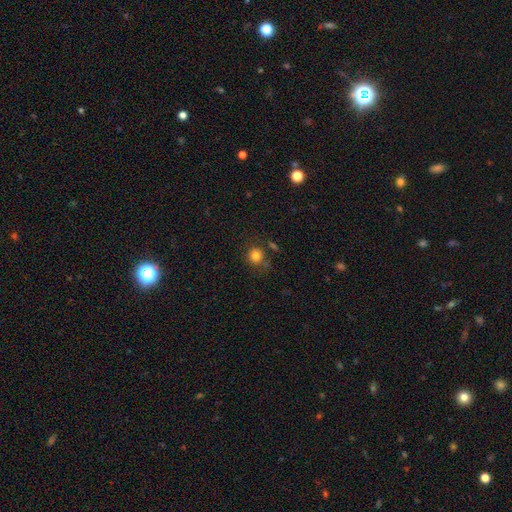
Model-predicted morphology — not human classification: Smooth or featured: smooth — 81% (star or artifact — 12%)
How rounded: round — 87% (in between — 12%)
Merging: none — 72% (minor disturbance — 15%)